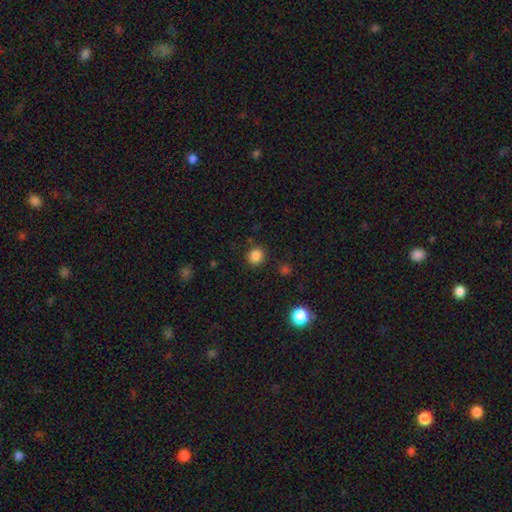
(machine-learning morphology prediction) Q: Smooth or featured?
A: smooth (84%); runner-up: star or artifact (12%)
Q: How rounded?
A: round (86%); runner-up: in between (13%)
Q: Merging?
A: none (86%); runner-up: minor disturbance (8%)